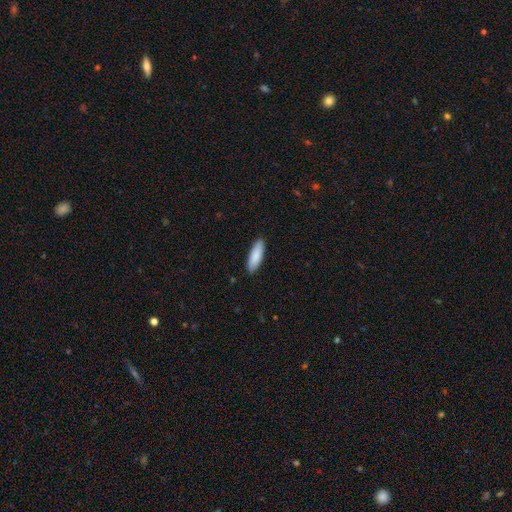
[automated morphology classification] Overall: smooth (88%). How rounded: in between (50%; cigar-shaped 48%). Merging: none (90%).